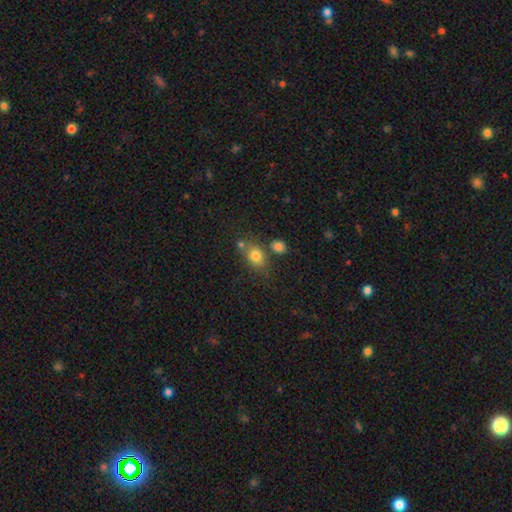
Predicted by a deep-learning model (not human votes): smooth_or_featured: smooth (p=0.78) [alt: star or artifact p=0.11]
how_rounded: in between (p=0.59) [alt: round p=0.38]
merging: none (p=0.58) [alt: merger p=0.21]